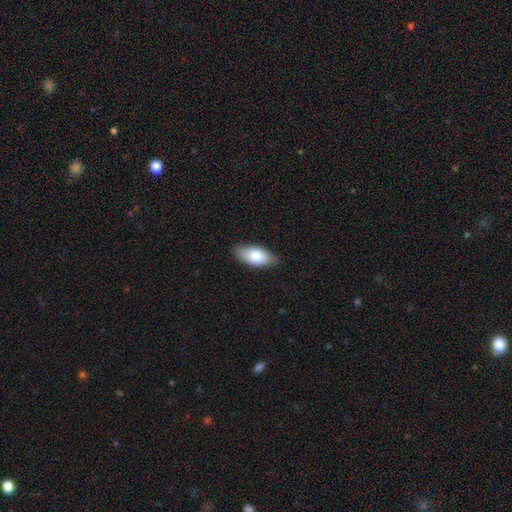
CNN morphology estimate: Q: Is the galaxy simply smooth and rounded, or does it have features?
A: smooth — 77%.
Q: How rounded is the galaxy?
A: in between — 90%.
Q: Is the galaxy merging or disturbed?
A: none — 83%.